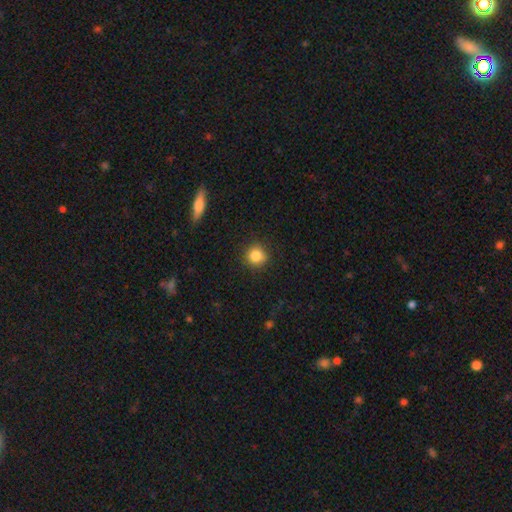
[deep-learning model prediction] A smooth galaxy with no disk features (84%) that is round (90%). Merging: none (87%).